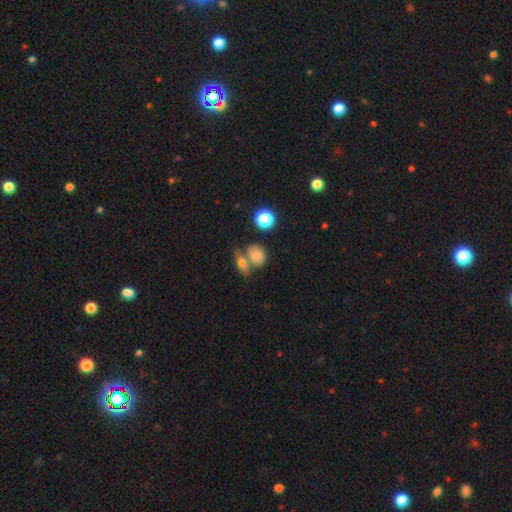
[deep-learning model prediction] This appears to be a smooth galaxy with no disk features (78%) that is in between round and cigar-shaped (54%). Merging: none (43%).